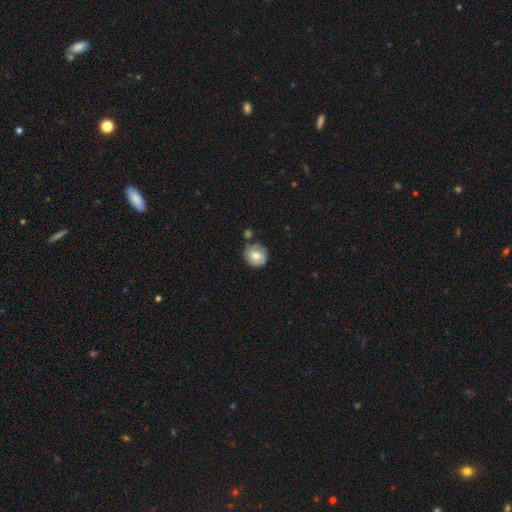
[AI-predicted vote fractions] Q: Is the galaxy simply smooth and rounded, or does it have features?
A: smooth — 63%.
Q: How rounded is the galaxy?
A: round — 88%.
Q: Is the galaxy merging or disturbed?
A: none — 67%.